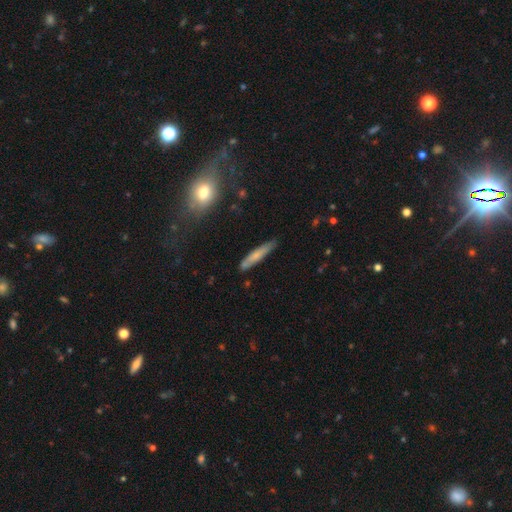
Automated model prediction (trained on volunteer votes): smooth 64%, featured or disk 30%, star or artifact 7%. Down the decision tree: how rounded — cigar-shaped (91%); merging — none (82%).